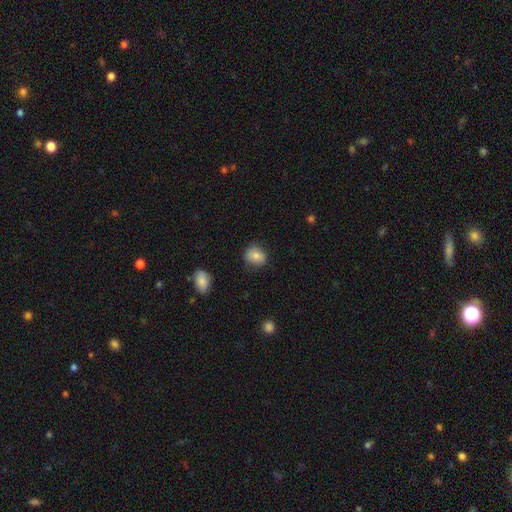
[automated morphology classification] Overall: smooth (80%). How rounded: round (66%; in between 33%). Merging: none (75%).